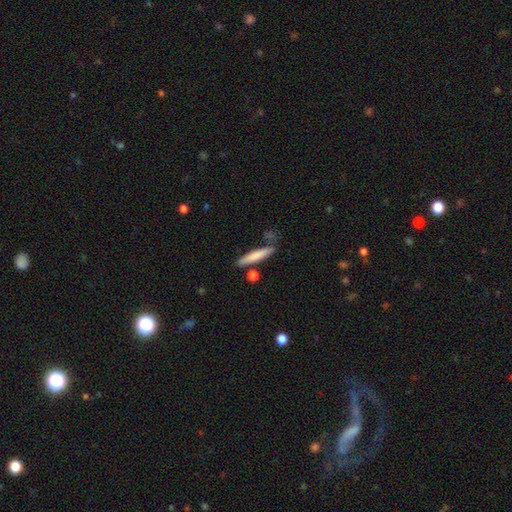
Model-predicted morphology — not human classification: This appears to be a smooth galaxy with no disk features (75%) that is cigar-shaped (90%). Merging: none (77%).